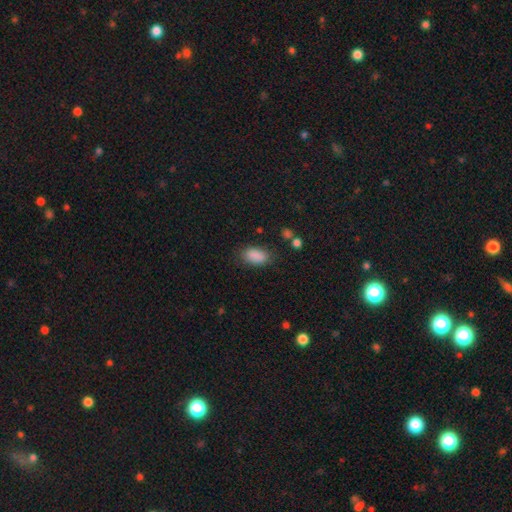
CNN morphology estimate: This is clearly a smooth galaxy (87%). How rounded: clearly in between (91%). Merging: likely none (78%).